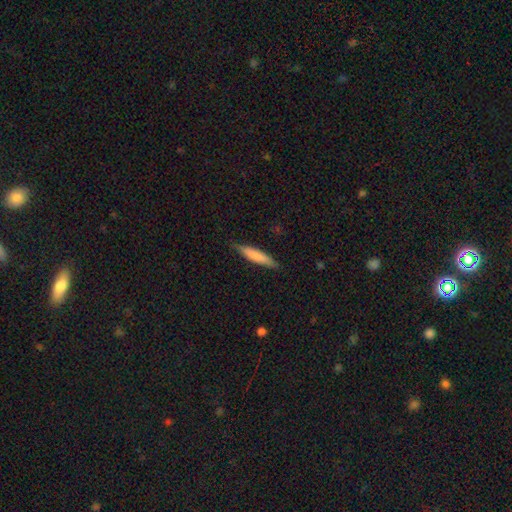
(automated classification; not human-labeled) A smooth galaxy with no disk features (76%) that is cigar-shaped (86%). Merging: none (82%).